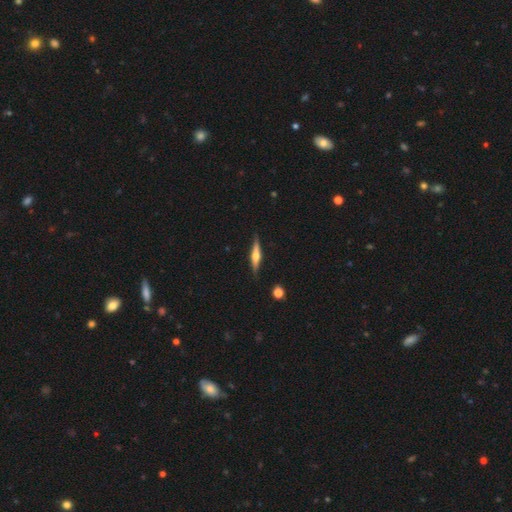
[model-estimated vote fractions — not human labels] Q: Smooth or featured?
A: featured or disk (65%); runner-up: smooth (30%)
Q: Edge-on disk?
A: yes (97%); runner-up: no (3%)
Q: Edge-on bulge?
A: rounded (87%); runner-up: boxy (8%)
Q: Merging?
A: none (88%); runner-up: minor disturbance (9%)